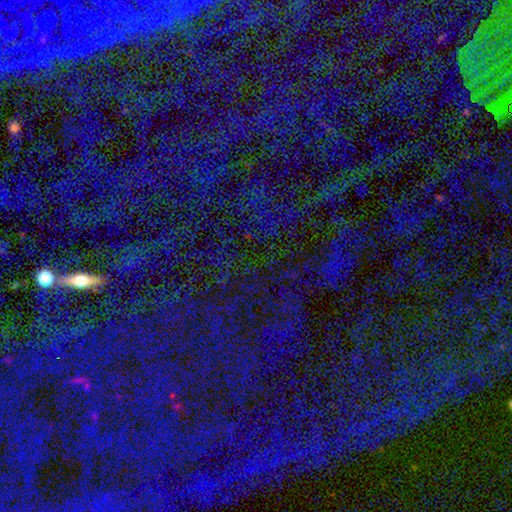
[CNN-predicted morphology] type=star or artifact (75%).